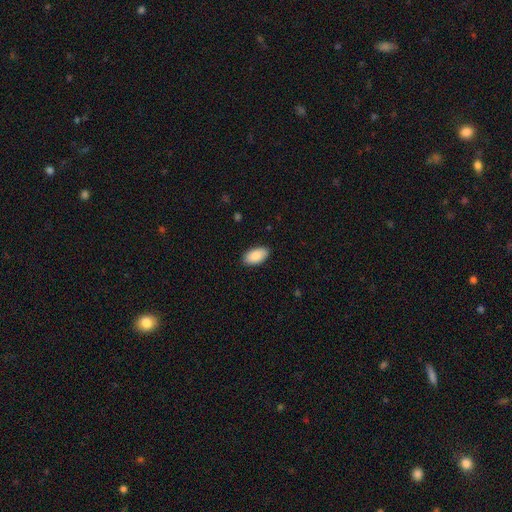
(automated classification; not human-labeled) A smooth galaxy with no disk features (88%) that is in between round and cigar-shaped (95%).

Vote fractions:
- Smooth or featured? smooth: 88% / star or artifact: 6% / featured or disk: 6%
- How rounded? in between: 95% / round: 3% / cigar-shaped: 2%
- Merging? none: 89% / minor disturbance: 9% / major disturbance: 2% / merger: 1%